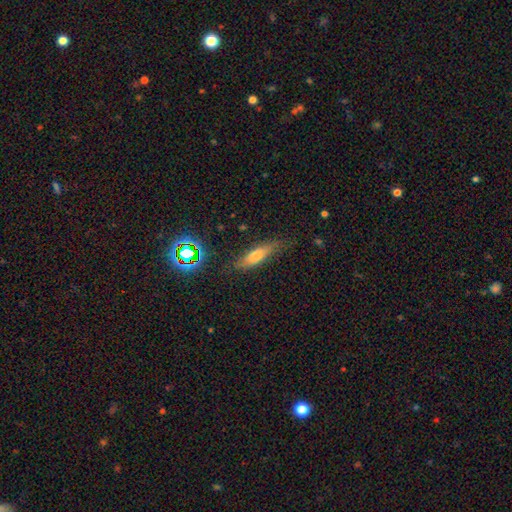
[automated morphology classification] Smooth or featured: smooth — 58% (featured or disk — 29%)
How rounded: cigar-shaped — 62% (in between — 35%)
Merging: none — 74% (minor disturbance — 19%)